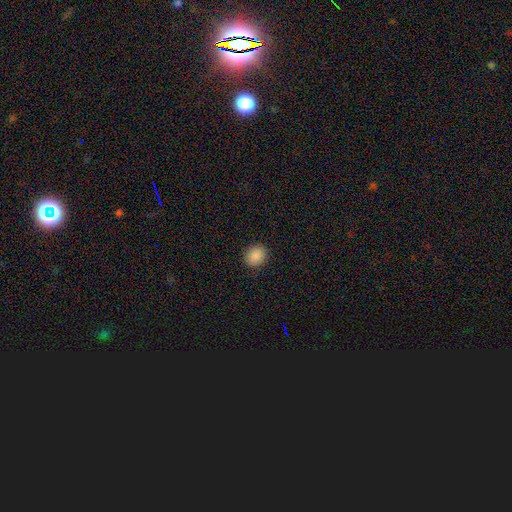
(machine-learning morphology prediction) Smooth or featured: smooth — 88% (star or artifact — 9%)
How rounded: round — 71% (in between — 28%)
Merging: none — 91% (minor disturbance — 7%)